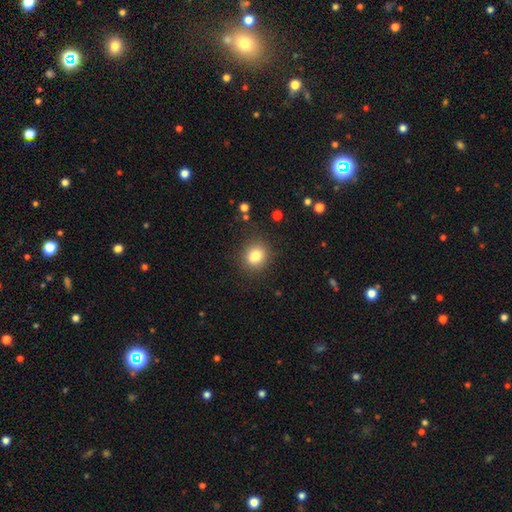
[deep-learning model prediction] The model was most divided on "how rounded": round: 81%, in between: 19%, cigar-shaped: 1%. More confident: merging — none (87%); smooth or featured — smooth (81%).